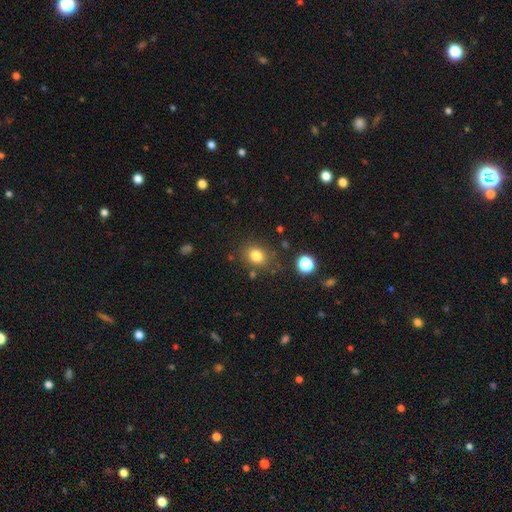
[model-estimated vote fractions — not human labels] Overall: smooth (81%). How rounded: round (55%; in between 44%). Merging: none (78%).